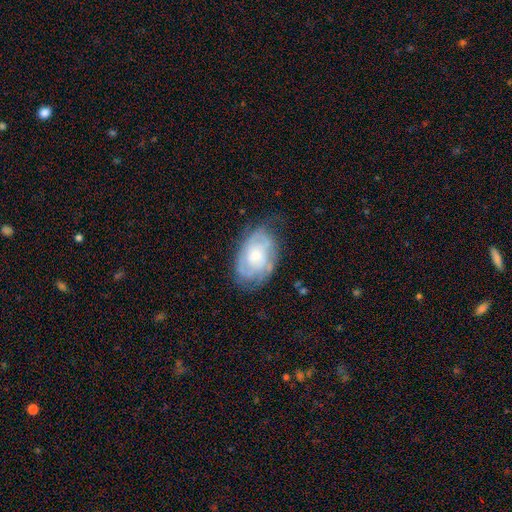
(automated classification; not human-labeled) This is likely a featured or disk galaxy (70%). It is clearly not viewed edge-on (96%). Bar: likely no (78%). Spiral arm pattern: clearly yes (84%). Spiral arm count: possibly can't tell (50%). Spiral winding: likely tight (64%). Central bulge: marginally moderate (44%). Merging: likely none (67%).